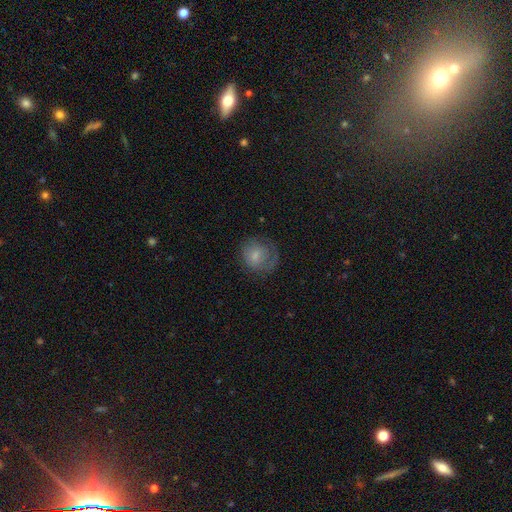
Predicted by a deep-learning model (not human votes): Q: Smooth or featured?
A: smooth (67%); runner-up: featured or disk (25%)
Q: How rounded?
A: round (79%); runner-up: in between (20%)
Q: Merging?
A: none (60%); runner-up: minor disturbance (22%)